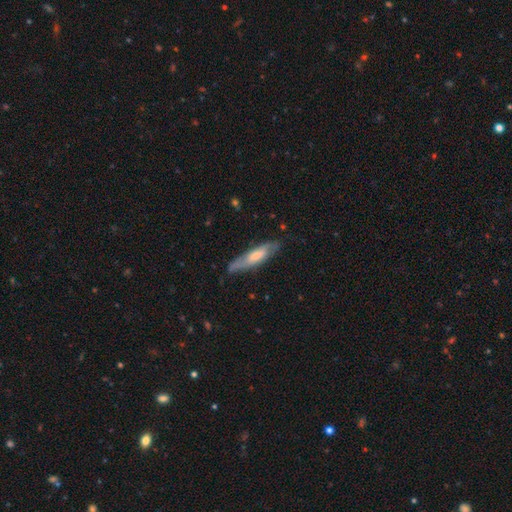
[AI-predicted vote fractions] Smooth or featured? Predicted: featured or disk (p=0.49). Merging? Predicted: none (p=0.74).